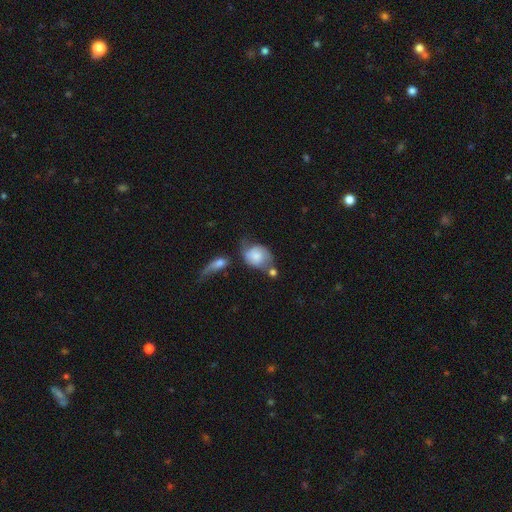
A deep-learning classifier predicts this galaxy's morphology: type=smooth (63%); roundness=in between (56%); merging=none (29%).